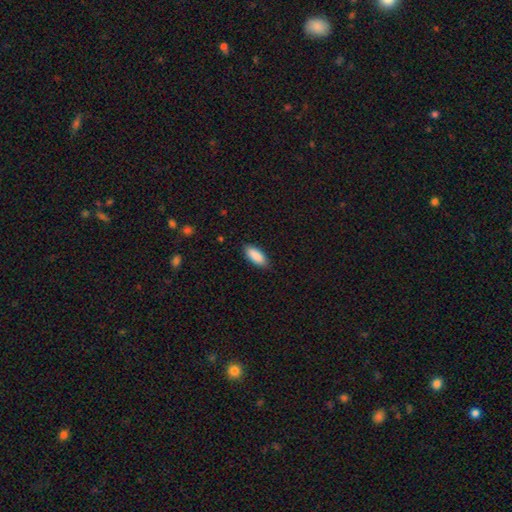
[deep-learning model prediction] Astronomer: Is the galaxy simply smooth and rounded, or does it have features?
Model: smooth — 90%.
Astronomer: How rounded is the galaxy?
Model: in between — 81%.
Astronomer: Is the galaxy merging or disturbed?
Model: none — 87%.